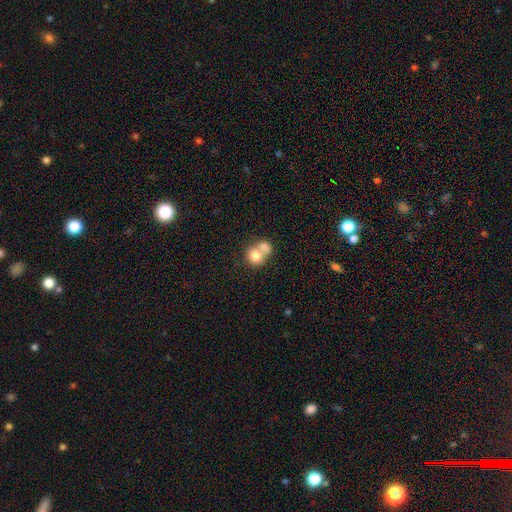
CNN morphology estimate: The model was most divided on "how rounded": round: 67%, in between: 32%, cigar-shaped: 1%. More confident: smooth or featured — smooth (76%); merging — merger (68%).